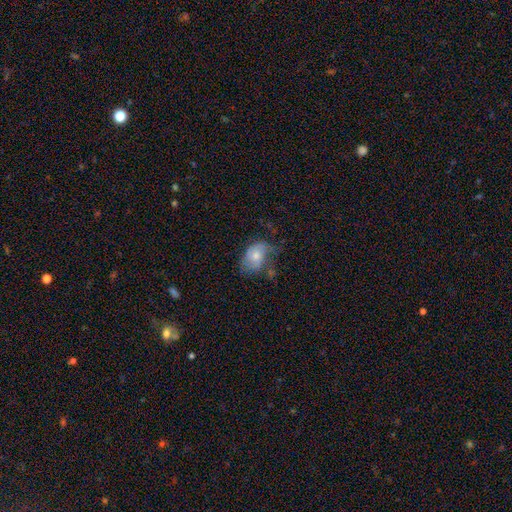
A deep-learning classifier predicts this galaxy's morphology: Smooth or featured? smooth (58%)
How rounded? in between (80%)
Merging? none (36%)